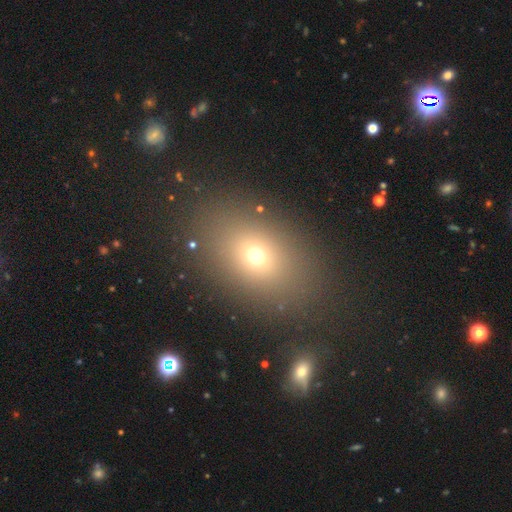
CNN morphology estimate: Overall: smooth (67%). How rounded: in between (66%; round 32%). Merging: none (82%).